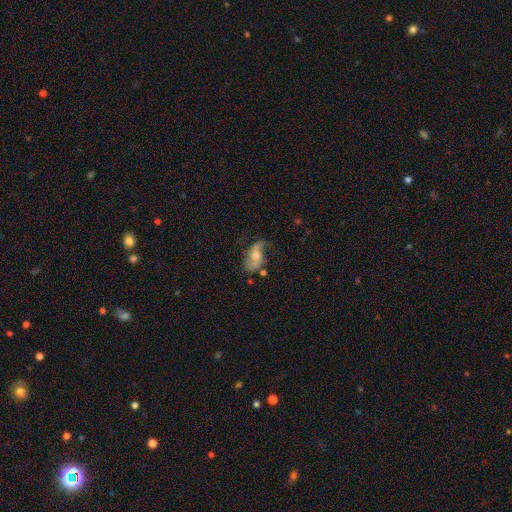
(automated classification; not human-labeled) A featured or disk galaxy (66%) with no bar (63%), 2 (79%) loose (73%) spiral arms (85%) and a moderate central bulge (67%). Merging: none (50%).